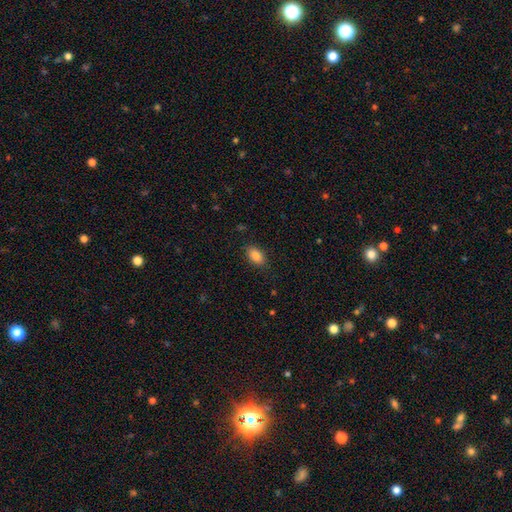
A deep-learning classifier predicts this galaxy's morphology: A smooth galaxy with no disk features (84%) that is in between round and cigar-shaped (88%). Merging: none (87%).